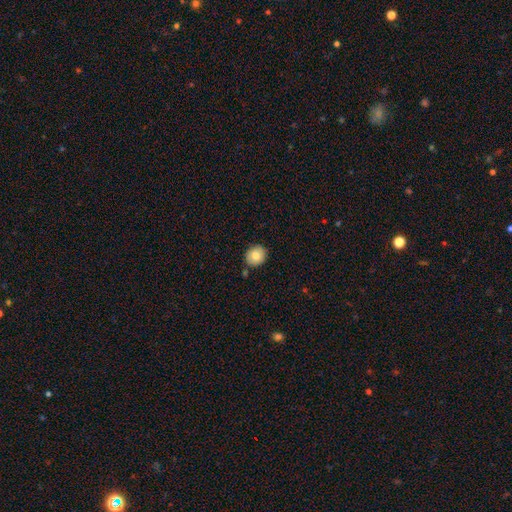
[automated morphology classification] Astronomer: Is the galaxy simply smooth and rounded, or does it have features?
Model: smooth — 78%.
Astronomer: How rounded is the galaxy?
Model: round — 73%.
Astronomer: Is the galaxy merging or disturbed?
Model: none — 85%.